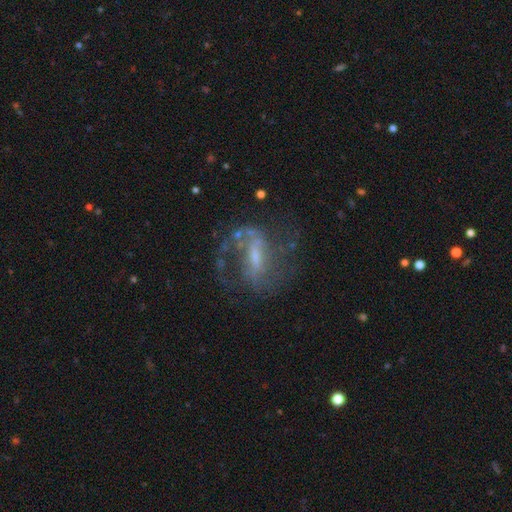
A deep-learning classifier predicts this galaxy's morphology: This appears to be a featured or disk galaxy (79%) with a weak bar (43%), 2 (74%) medium (47%) spiral arms (83%) and a small central bulge (44%). Merging: none (58%).